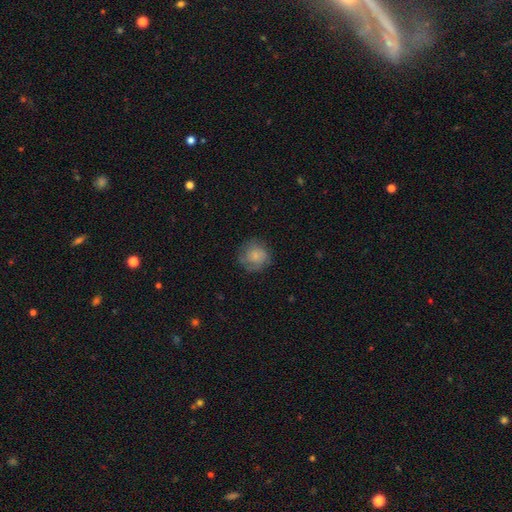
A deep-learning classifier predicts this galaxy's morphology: smooth 72%, featured or disk 21%, star or artifact 8%. Down the decision tree: how rounded — round (90%); merging — none (73%).